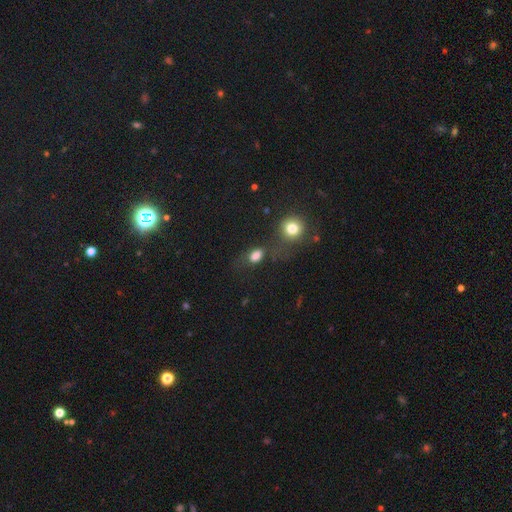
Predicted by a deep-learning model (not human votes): A smooth galaxy with no disk features (78%) that is in between round and cigar-shaped (77%).

Vote fractions:
- Smooth or featured? smooth: 78% / star or artifact: 12% / featured or disk: 10%
- How rounded? in between: 77% / round: 19% / cigar-shaped: 4%
- Merging? none: 55% / minor disturbance: 19% / major disturbance: 14% / merger: 12%